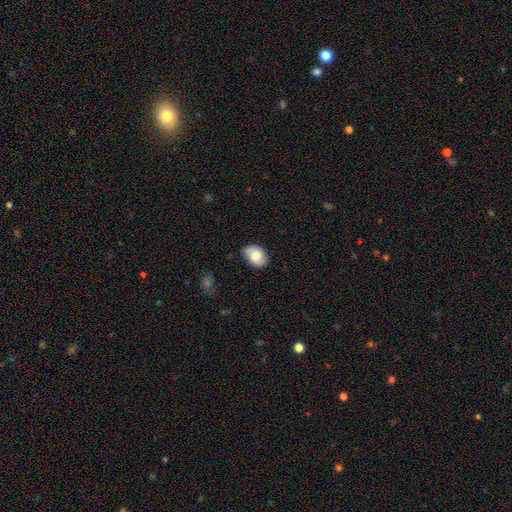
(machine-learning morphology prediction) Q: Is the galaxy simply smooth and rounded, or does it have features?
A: smooth — 72%.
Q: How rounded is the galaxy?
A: in between — 80%.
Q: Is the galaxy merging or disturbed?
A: none — 73%.